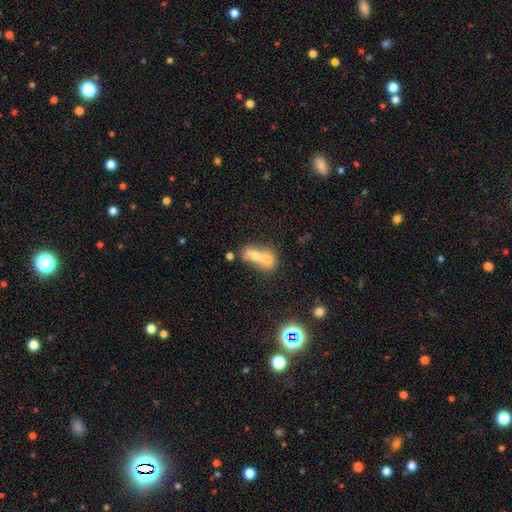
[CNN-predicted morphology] smooth_or_featured: smooth (p=0.57) [alt: featured or disk p=0.27]
how_rounded: in between (p=0.54) [alt: round p=0.39]
merging: merger (p=0.74) [alt: none p=0.17]